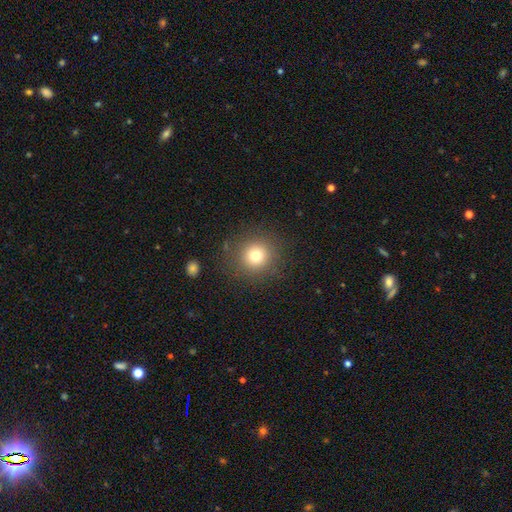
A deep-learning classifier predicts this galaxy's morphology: smooth_or_featured: smooth (p=0.76) [alt: star or artifact p=0.14]
how_rounded: round (p=0.93) [alt: in between p=0.06]
merging: none (p=0.87) [alt: minor disturbance p=0.08]